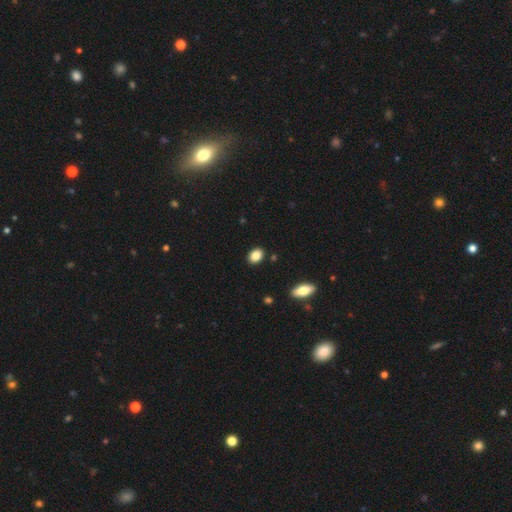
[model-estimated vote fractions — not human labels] A smooth galaxy with no disk features (86%) that is in between round and cigar-shaped (73%).

Vote fractions:
- Smooth or featured? smooth: 86% / star or artifact: 9% / featured or disk: 6%
- How rounded? in between: 73% / round: 25% / cigar-shaped: 1%
- Merging? none: 89% / minor disturbance: 8% / major disturbance: 2% / merger: 2%